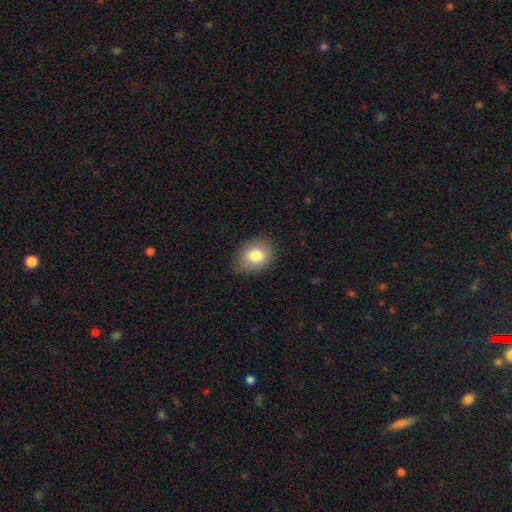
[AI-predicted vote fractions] This is clearly a smooth galaxy (82%). How rounded: likely in between (61%). Merging: clearly none (82%).